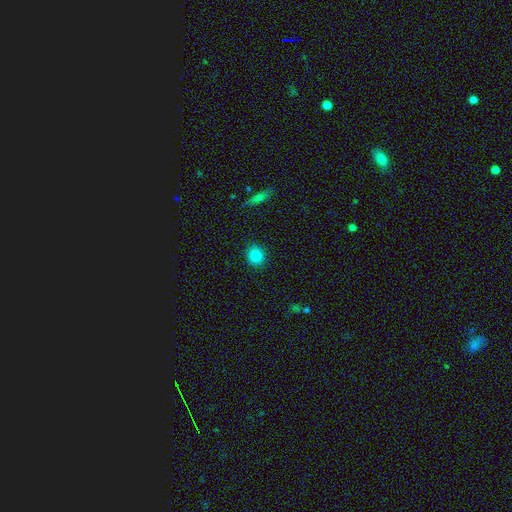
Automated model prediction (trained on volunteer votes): Smooth or featured: smooth — 85% (star or artifact — 10%)
How rounded: round — 81% (in between — 17%)
Merging: none — 90% (minor disturbance — 7%)